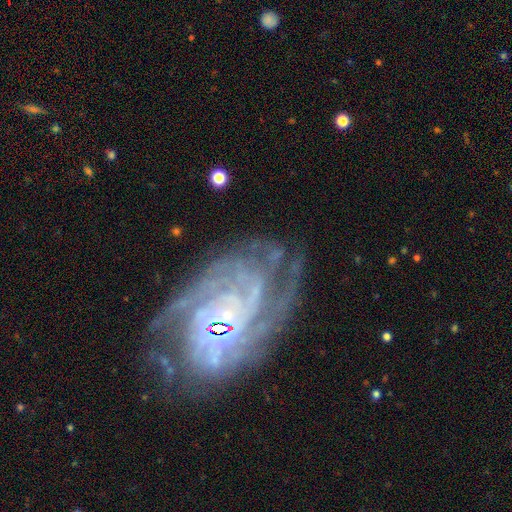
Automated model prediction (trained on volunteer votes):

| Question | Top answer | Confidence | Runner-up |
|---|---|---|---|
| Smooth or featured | featured or disk | 85% | star or artifact (9%) |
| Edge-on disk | no | 96% | yes (4%) |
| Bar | no | 58% | weak (29%) |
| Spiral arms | yes | 97% | no (3%) |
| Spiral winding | tight | 73% | medium (22%) |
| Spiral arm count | can't tell | 27% | 4 (19%) |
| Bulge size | small | 53% | moderate (28%) |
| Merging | none | 73% | minor disturbance (17%) |